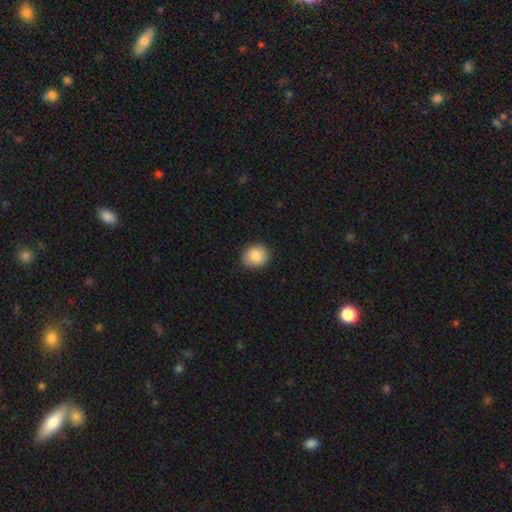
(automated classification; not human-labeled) Q: Smooth or featured?
A: smooth (87%); runner-up: star or artifact (8%)
Q: How rounded?
A: round (77%); runner-up: in between (23%)
Q: Merging?
A: none (86%); runner-up: minor disturbance (10%)